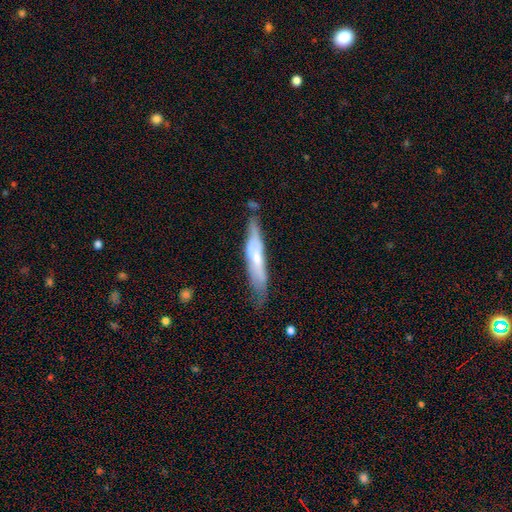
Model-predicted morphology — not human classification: type=featured or disk (54%); edge-on=yes (59%); merging=none (53%).